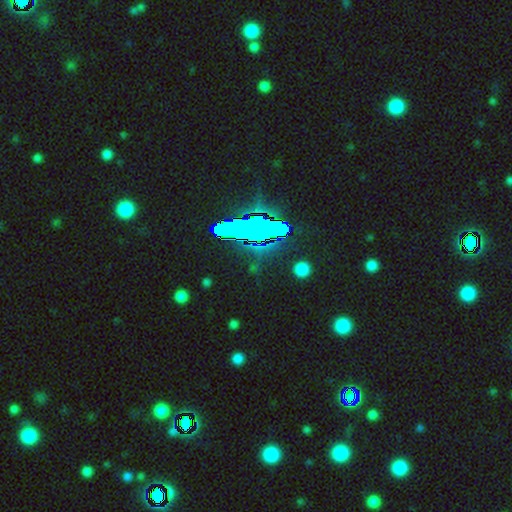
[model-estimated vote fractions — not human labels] star or artifact 71%, featured or disk 15%, smooth 14%.